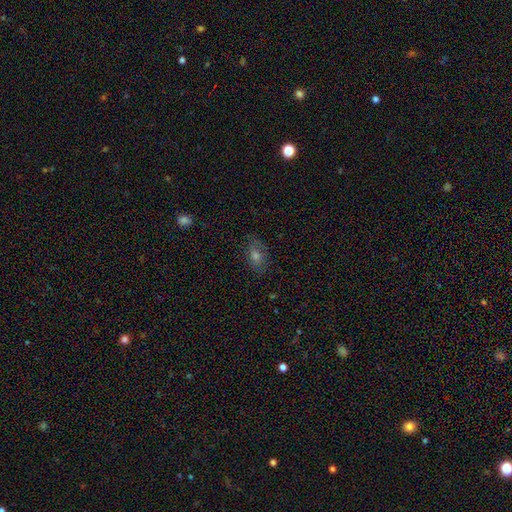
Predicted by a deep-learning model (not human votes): Overall: smooth (50%; featured or disk 25%). How rounded: in between (74%). Merging: none (77%).